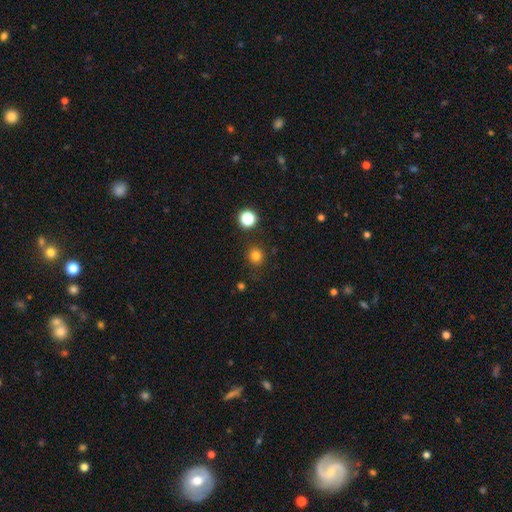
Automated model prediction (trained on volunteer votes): Overall: smooth (80%). How rounded: round (92%). Merging: none (87%).